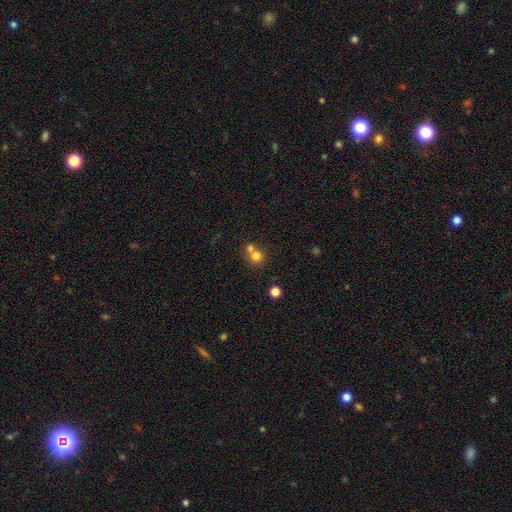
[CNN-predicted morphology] Q: Smooth or featured?
A: smooth (76%); runner-up: star or artifact (13%)
Q: How rounded?
A: round (87%); runner-up: in between (12%)
Q: Merging?
A: none (46%); runner-up: merger (45%)